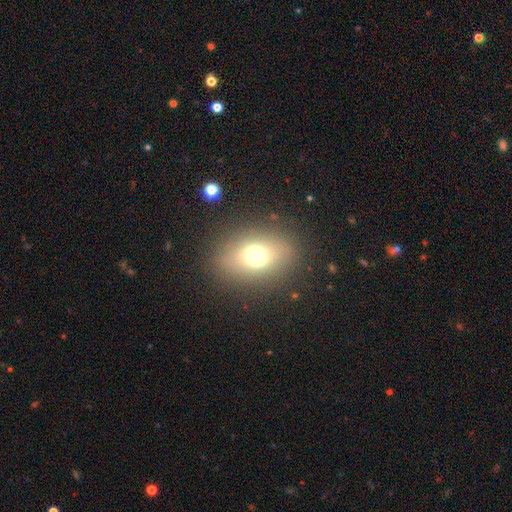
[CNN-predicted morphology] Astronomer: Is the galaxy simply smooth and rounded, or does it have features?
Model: smooth — 62%.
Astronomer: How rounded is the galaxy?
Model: in between — 62%.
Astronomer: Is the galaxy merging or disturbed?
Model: none — 84%.